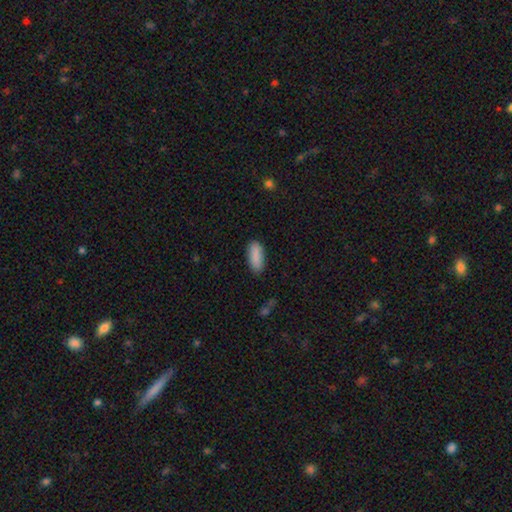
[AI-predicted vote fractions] Smooth or featured?
  - smooth: 89% *
  - star or artifact: 7%
  - featured or disk: 5%
How rounded?
  - in between: 77% *
  - cigar-shaped: 21%
  - round: 2%
Merging?
  - none: 86% *
  - minor disturbance: 10%
  - major disturbance: 2%
  - merger: 1%